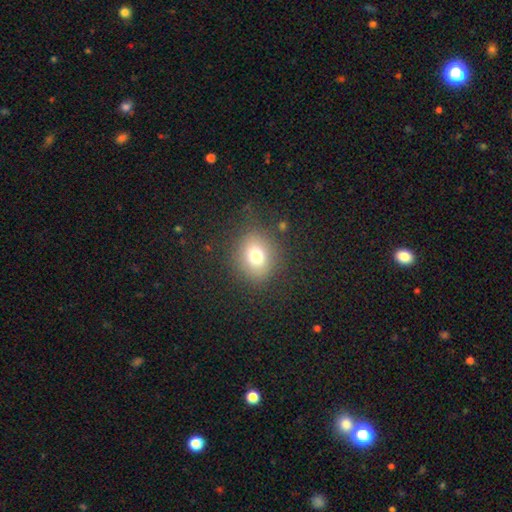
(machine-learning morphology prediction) Smooth or featured: smooth — 74% (star or artifact — 14%)
How rounded: round — 68% (in between — 31%)
Merging: none — 82% (minor disturbance — 11%)